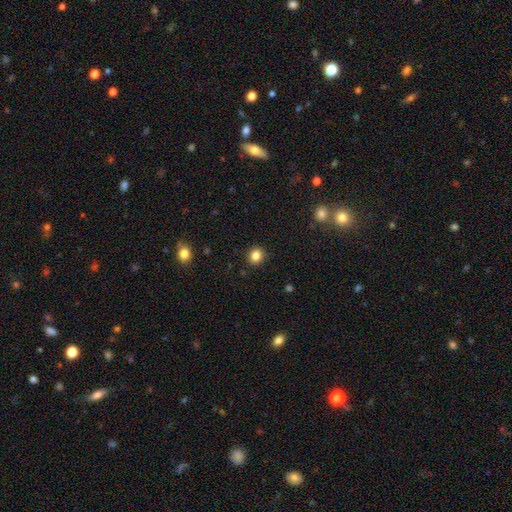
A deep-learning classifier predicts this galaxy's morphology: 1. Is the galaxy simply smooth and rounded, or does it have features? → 83% smooth, 11% star or artifact, 5% featured or disk.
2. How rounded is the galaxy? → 81% round, 18% in between, 1% cigar-shaped.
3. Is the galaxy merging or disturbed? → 91% none, 6% minor disturbance, 2% major disturbance, 1% merger.